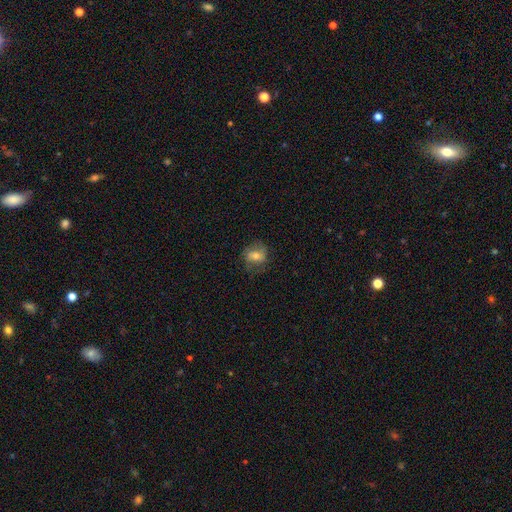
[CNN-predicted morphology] smooth-or-featured: smooth: 57% | featured or disk: 32% | star or artifact: 10%
  how-rounded: round: 65% | in between: 33% | cigar-shaped: 1%
  merging: none: 73% | minor disturbance: 18% | major disturbance: 8% | merger: 1%